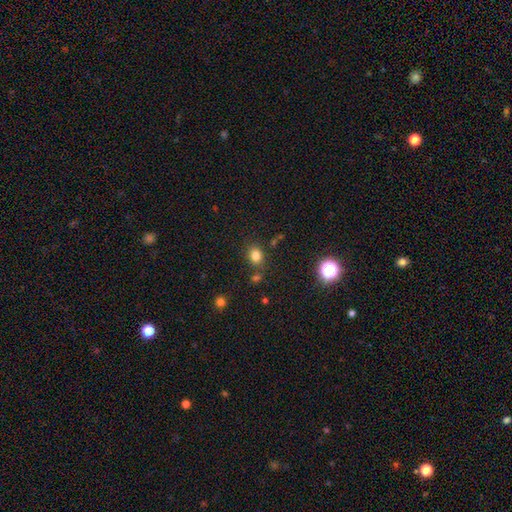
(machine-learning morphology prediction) smooth-or-featured: smooth: 79% | star or artifact: 14% | featured or disk: 6%
  how-rounded: round: 54% | in between: 45% | cigar-shaped: 1%
  merging: none: 74% | minor disturbance: 13% | merger: 9% | major disturbance: 4%